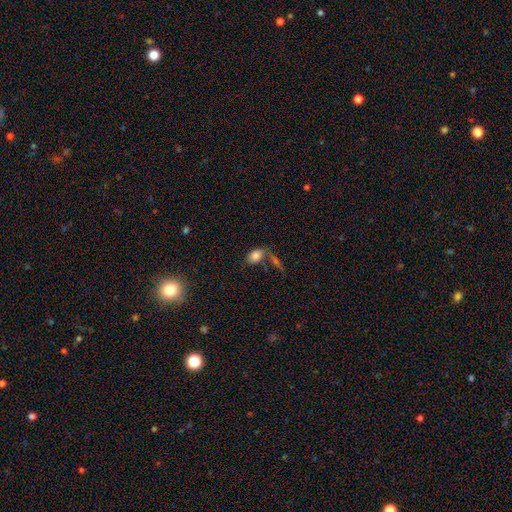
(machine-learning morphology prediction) Smooth or featured: smooth — 80% (featured or disk — 10%)
How rounded: in between — 87% (round — 10%)
Merging: none — 50% (merger — 26%)